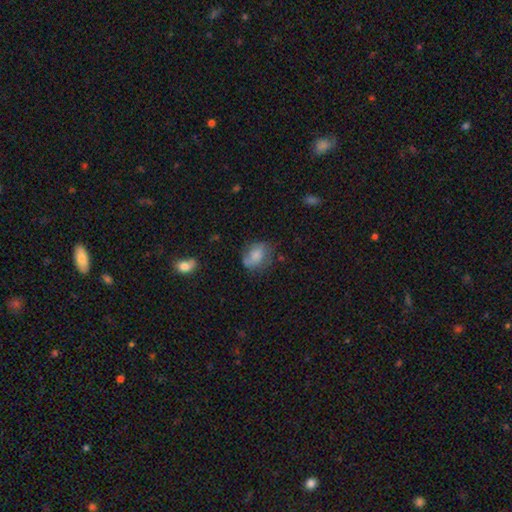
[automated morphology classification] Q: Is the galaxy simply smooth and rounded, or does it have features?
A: smooth — 68%.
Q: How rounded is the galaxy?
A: in between — 71%.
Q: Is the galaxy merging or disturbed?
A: none — 53%.